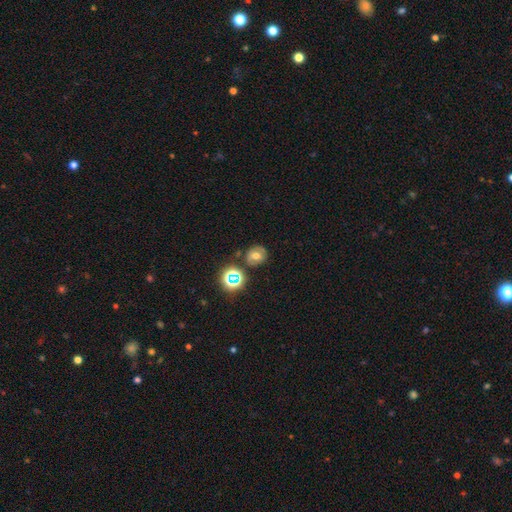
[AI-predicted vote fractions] The model was most divided on "smooth or featured": smooth: 57%, featured or disk: 22%, star or artifact: 21%. More confident: how rounded — round (78%); merging — none (76%).